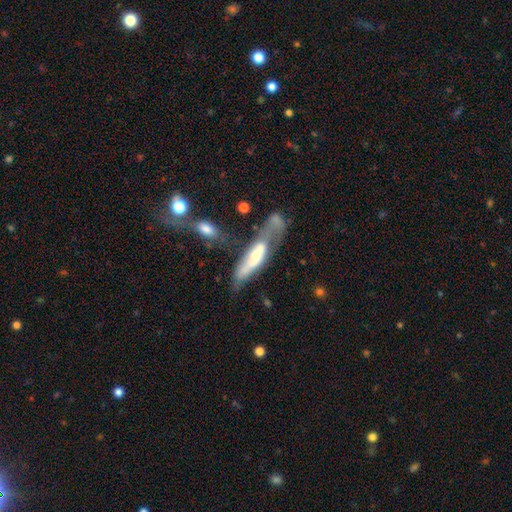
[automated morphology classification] smooth_or_featured: featured or disk (p=0.54) [alt: smooth p=0.38]
disk_edge_on: no (p=0.66) [alt: yes p=0.34]
merging: major disturbance (p=0.30) [alt: merger p=0.29]